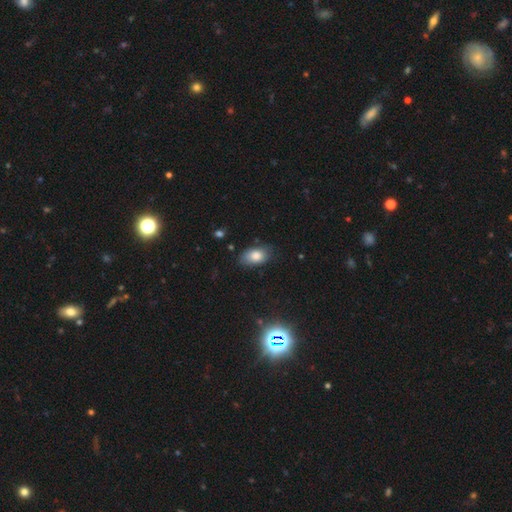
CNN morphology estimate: smooth-or-featured: smooth: 81% | featured or disk: 10% | star or artifact: 8%
  how-rounded: in between: 89% | round: 9% | cigar-shaped: 2%
  merging: none: 71% | minor disturbance: 22% | major disturbance: 5% | merger: 2%